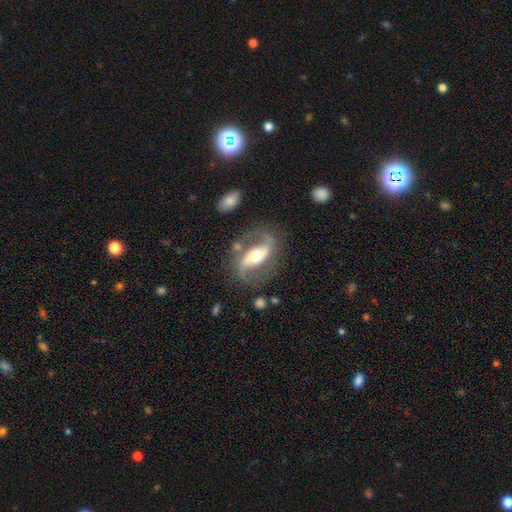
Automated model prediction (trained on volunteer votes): A featured or disk galaxy (86%) with a strong bar (53%), 2 (91%) medium (47%) spiral arms (94%) and a moderate central bulge (66%).

Vote fractions:
- Smooth or featured? featured or disk: 86% / smooth: 9% / star or artifact: 5%
- Edge-on disk? no: 95% / yes: 5%
- Bar? strong: 53% / weak: 27% / no: 20%
- Spiral arms? yes: 94% / no: 6%
- Spiral winding? medium: 47% / loose: 41% / tight: 13%
- Spiral arm count? 2: 91% / 1: 3% / can't tell: 3% / 3: 1% / 4: 1% / more than 4: 1%
- Bulge size? moderate: 66% / small: 19% / large: 12% / dominant: 2% / none: 1%
- Merging? none: 72% / minor disturbance: 15% / major disturbance: 9% / merger: 4%